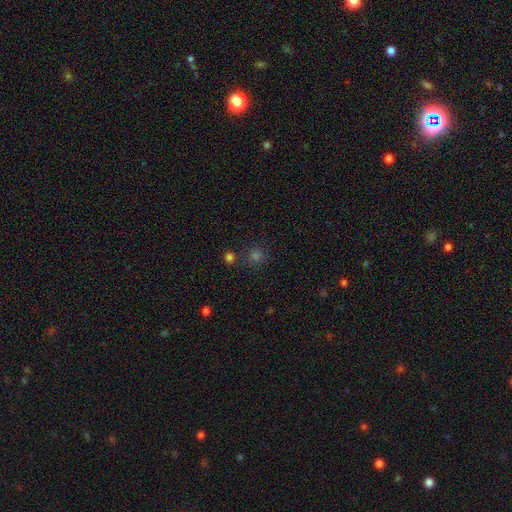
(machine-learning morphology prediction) A smooth galaxy with no disk features (61%) that is round (92%). Merging: none (80%).